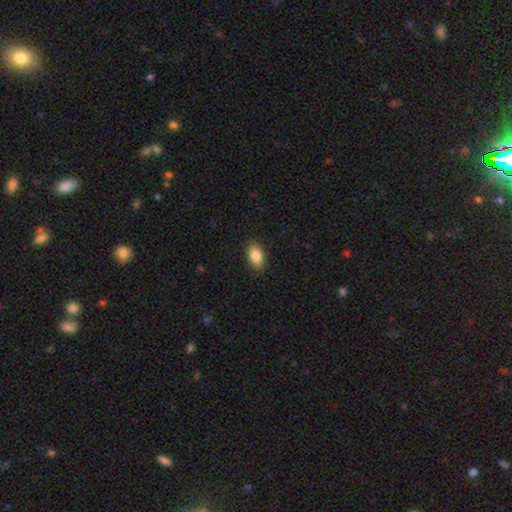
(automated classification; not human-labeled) Smooth or featured?
  - smooth: 86% *
  - star or artifact: 8%
  - featured or disk: 6%
How rounded?
  - in between: 87% *
  - round: 11%
  - cigar-shaped: 2%
Merging?
  - none: 87% *
  - minor disturbance: 10%
  - major disturbance: 2%
  - merger: 1%